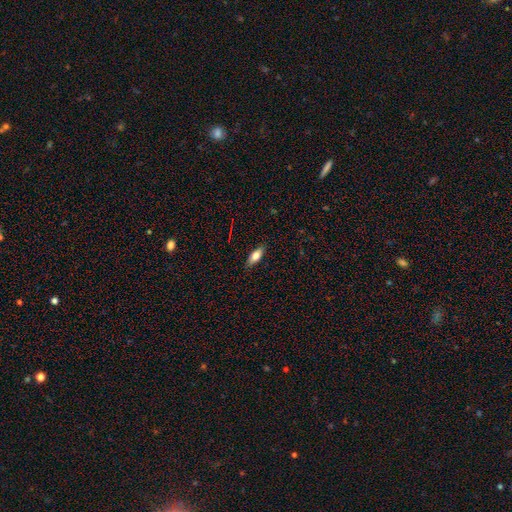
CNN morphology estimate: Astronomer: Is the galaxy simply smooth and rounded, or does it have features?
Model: smooth — 74%.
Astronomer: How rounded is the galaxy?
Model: in between — 76%.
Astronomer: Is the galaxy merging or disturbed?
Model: none — 86%.